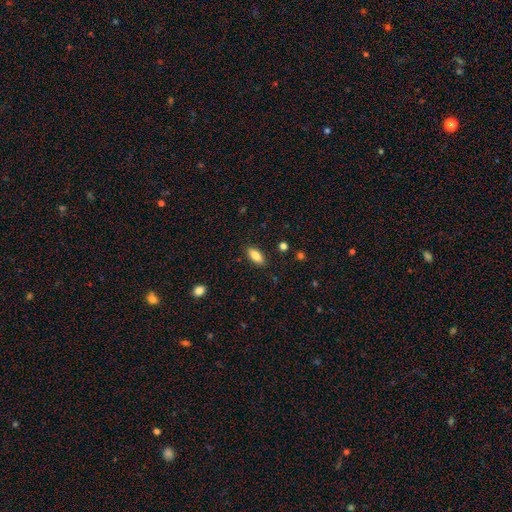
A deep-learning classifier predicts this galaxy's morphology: A smooth galaxy with no disk features (81%) that is in between round and cigar-shaped (84%).

Vote fractions:
- Smooth or featured? smooth: 81% / featured or disk: 12% / star or artifact: 7%
- How rounded? in between: 84% / cigar-shaped: 14% / round: 3%
- Merging? none: 88% / minor disturbance: 9% / major disturbance: 2% / merger: 1%